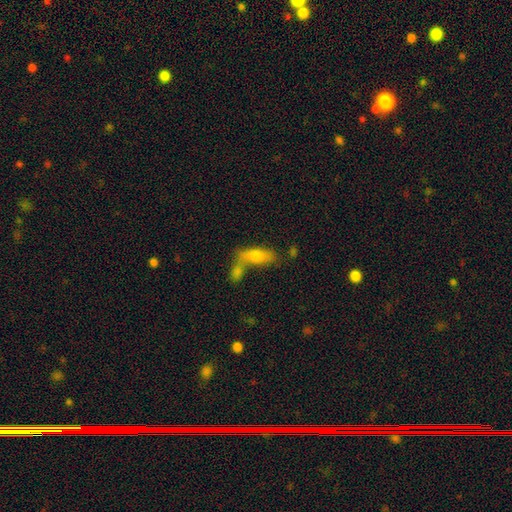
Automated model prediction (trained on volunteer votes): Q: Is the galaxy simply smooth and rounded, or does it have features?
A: smooth — 66%.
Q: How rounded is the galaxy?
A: in between — 63%.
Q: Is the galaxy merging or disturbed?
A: none — 42%.